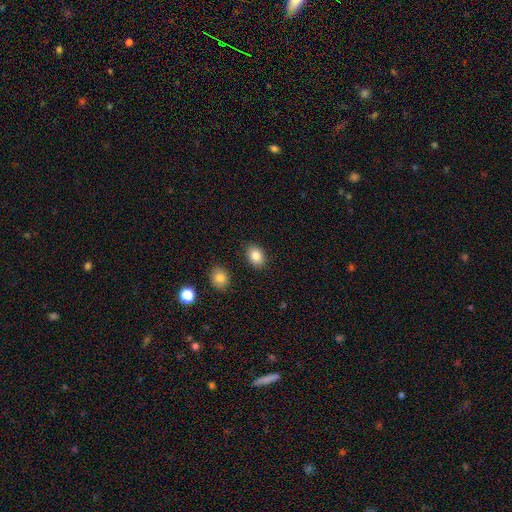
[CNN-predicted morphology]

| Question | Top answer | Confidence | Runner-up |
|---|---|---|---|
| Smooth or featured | smooth | 84% | star or artifact (9%) |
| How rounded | in between | 73% | round (26%) |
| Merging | none | 86% | minor disturbance (9%) |